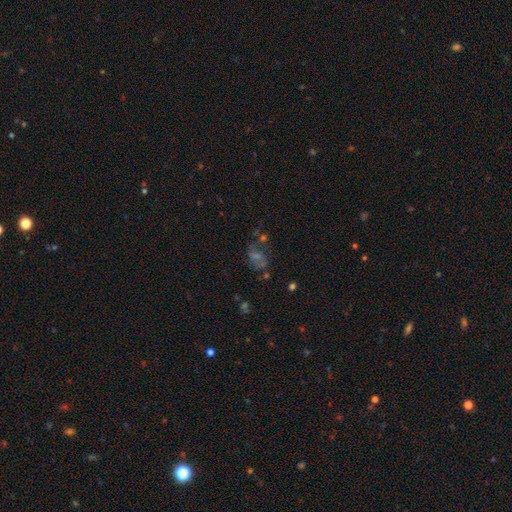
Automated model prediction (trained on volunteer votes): Q: Smooth or featured?
A: featured or disk (42%); runner-up: star or artifact (31%)
Q: Merging?
A: none (54%); runner-up: minor disturbance (18%)